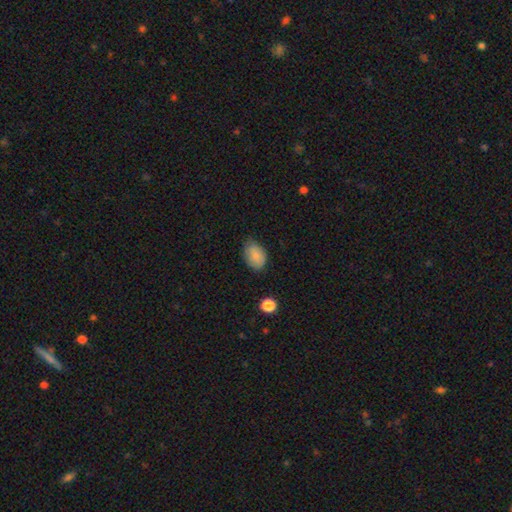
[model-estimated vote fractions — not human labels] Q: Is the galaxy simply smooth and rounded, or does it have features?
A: smooth — 85%.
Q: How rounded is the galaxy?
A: in between — 83%.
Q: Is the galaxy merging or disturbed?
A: none — 67%.